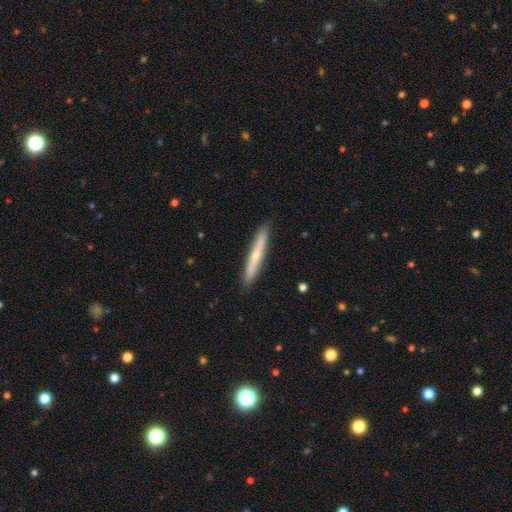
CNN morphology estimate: Smooth or featured?
  - featured or disk: 50% *
  - smooth: 45%
  - star or artifact: 6%
Merging?
  - none: 89% *
  - minor disturbance: 8%
  - major disturbance: 1%
  - merger: 1%